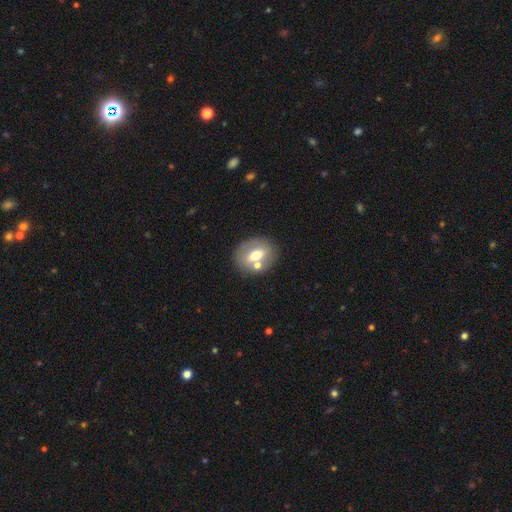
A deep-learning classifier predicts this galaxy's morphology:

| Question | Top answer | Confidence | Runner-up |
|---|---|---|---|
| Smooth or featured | smooth | 56% | featured or disk (36%) |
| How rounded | in between | 54% | round (44%) |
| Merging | none | 67% | merger (16%) |